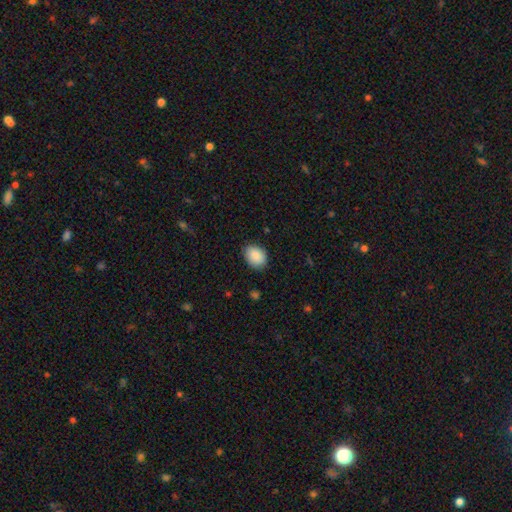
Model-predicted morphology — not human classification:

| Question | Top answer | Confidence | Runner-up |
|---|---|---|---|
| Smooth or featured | smooth | 89% | star or artifact (7%) |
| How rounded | in between | 66% | round (33%) |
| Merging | none | 84% | minor disturbance (12%) |